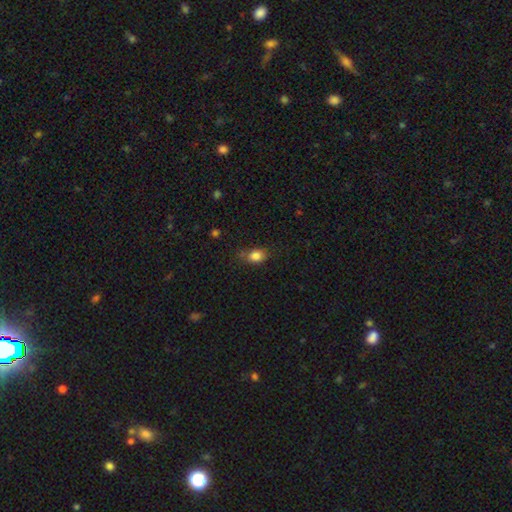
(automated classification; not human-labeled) smooth-or-featured: smooth: 83% | star or artifact: 10% | featured or disk: 7%
  how-rounded: in between: 65% | round: 33% | cigar-shaped: 2%
  merging: none: 70% | minor disturbance: 22% | major disturbance: 5% | merger: 4%